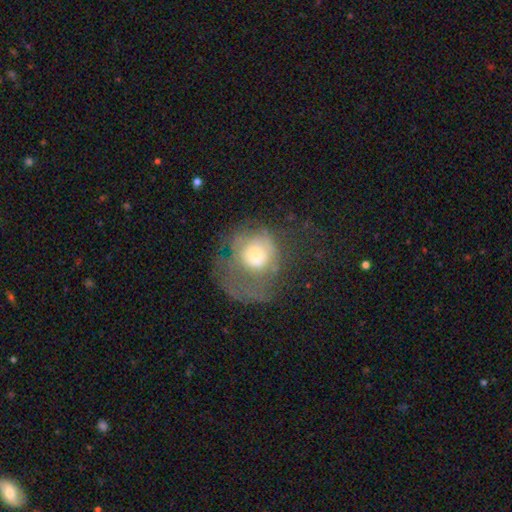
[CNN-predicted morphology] smooth 51%, featured or disk 38%, star or artifact 11%. Down the decision tree: how rounded — round (75%); merging — major disturbance (53%).